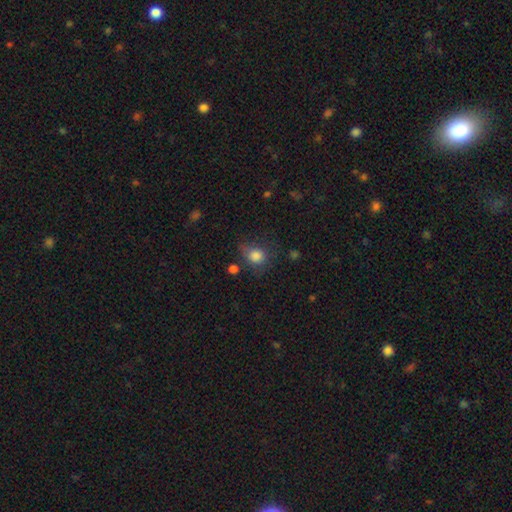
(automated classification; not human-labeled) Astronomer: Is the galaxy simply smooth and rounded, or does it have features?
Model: smooth — 82%.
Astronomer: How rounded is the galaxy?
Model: round — 69%.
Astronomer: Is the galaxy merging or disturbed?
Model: none — 51% (runner-up: minor disturbance, 28%).